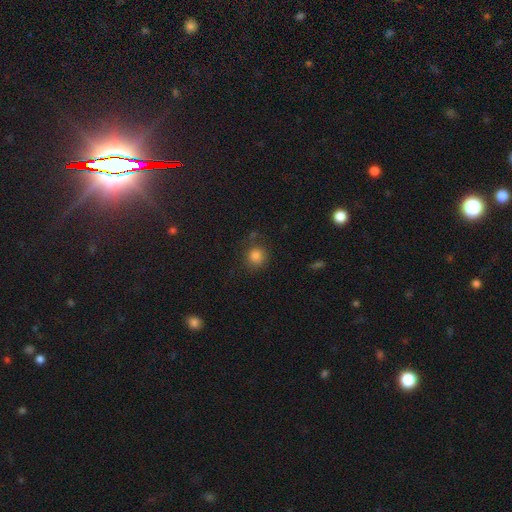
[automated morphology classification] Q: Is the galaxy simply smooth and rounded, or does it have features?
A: smooth — 83%.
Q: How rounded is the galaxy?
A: round — 89%.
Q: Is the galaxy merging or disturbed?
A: none — 75%.